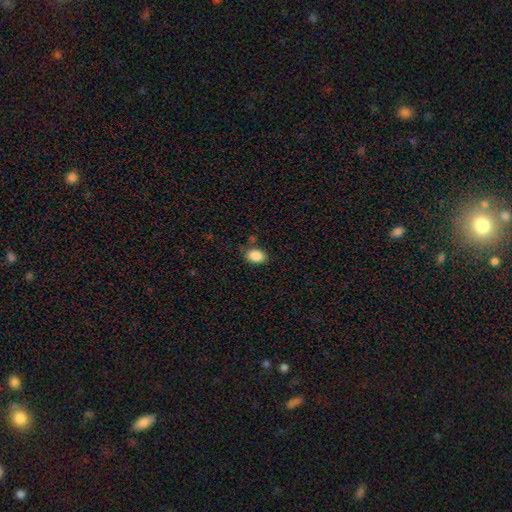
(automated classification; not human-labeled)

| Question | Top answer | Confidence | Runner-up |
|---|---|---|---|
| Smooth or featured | smooth | 88% | star or artifact (8%) |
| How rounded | in between | 80% | round (19%) |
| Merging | none | 77% | minor disturbance (16%) |